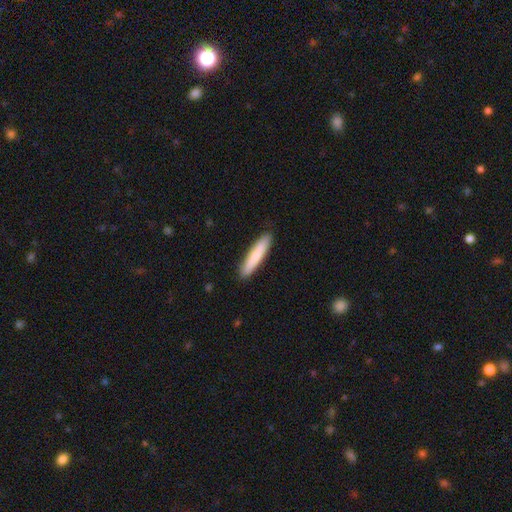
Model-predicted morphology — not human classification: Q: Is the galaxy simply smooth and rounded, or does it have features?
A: smooth — 74%.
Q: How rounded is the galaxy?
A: cigar-shaped — 90%.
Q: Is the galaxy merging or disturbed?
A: none — 90%.